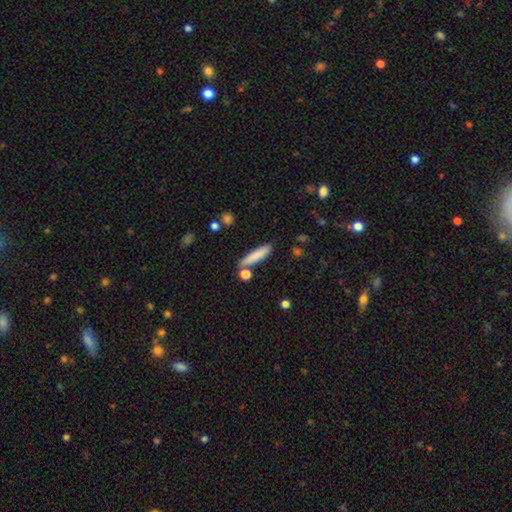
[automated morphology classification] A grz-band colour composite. It shows a smooth galaxy with no disk features (82%) that is cigar-shaped (85%). Merging: none (79%).